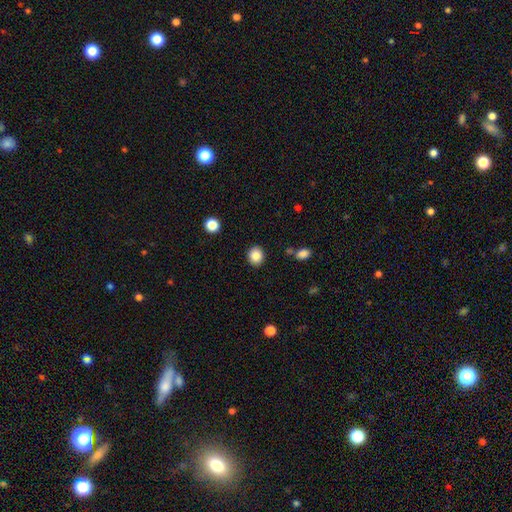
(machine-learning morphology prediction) smooth_or_featured: smooth (p=0.86) [alt: star or artifact p=0.10]
how_rounded: round (p=0.74) [alt: in between p=0.25]
merging: none (p=0.89) [alt: minor disturbance p=0.07]